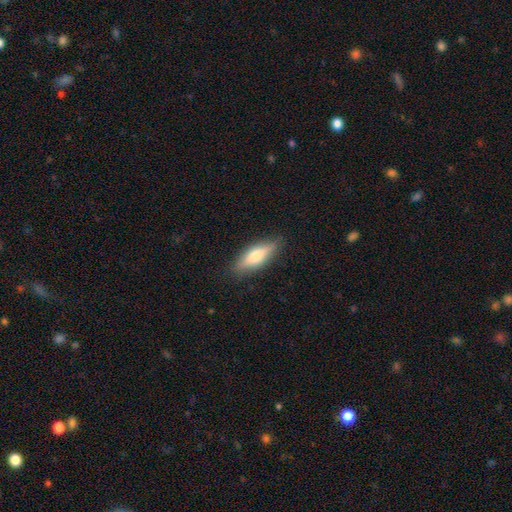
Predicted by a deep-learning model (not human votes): Smooth or featured? Predicted: smooth (p=0.62). How rounded? Predicted: in between (p=0.51). Merging? Predicted: none (p=0.86).